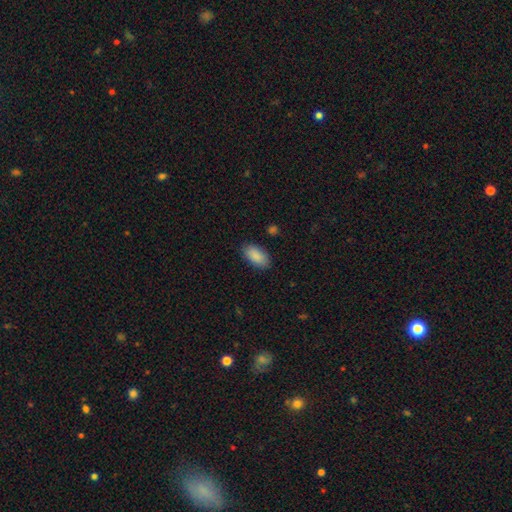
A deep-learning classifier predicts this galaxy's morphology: Smooth or featured? smooth (89%)
How rounded? in between (94%)
Merging? none (86%)